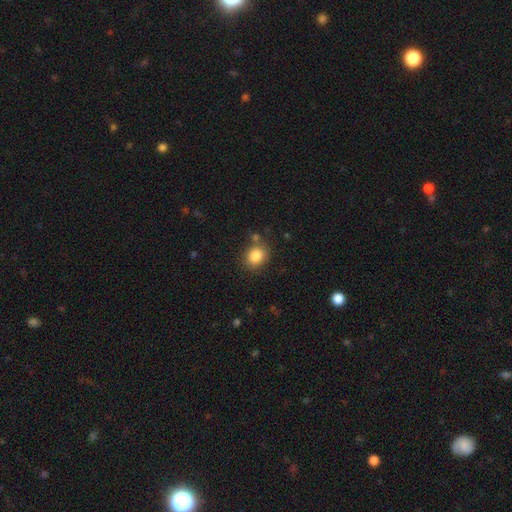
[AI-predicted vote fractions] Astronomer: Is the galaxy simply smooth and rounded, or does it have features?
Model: smooth — 85%.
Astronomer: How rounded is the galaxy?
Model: round — 64%.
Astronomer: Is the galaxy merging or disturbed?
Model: none — 77%.